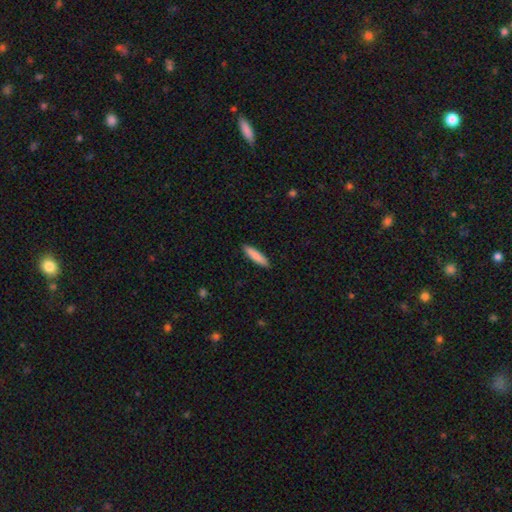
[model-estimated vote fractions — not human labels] Smooth or featured?
  - smooth: 86% *
  - featured or disk: 9%
  - star or artifact: 5%
How rounded?
  - cigar-shaped: 80% *
  - in between: 19%
  - round: 1%
Merging?
  - none: 91% *
  - minor disturbance: 7%
  - major disturbance: 1%
  - merger: 1%